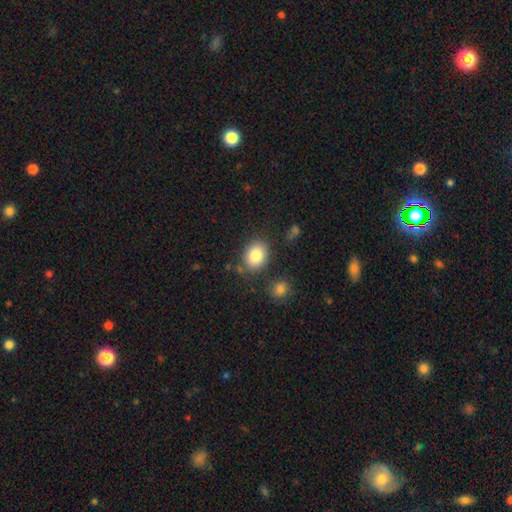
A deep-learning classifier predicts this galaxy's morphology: A smooth galaxy with no disk features (84%) that is in between round and cigar-shaped (57%). Merging: none (79%).